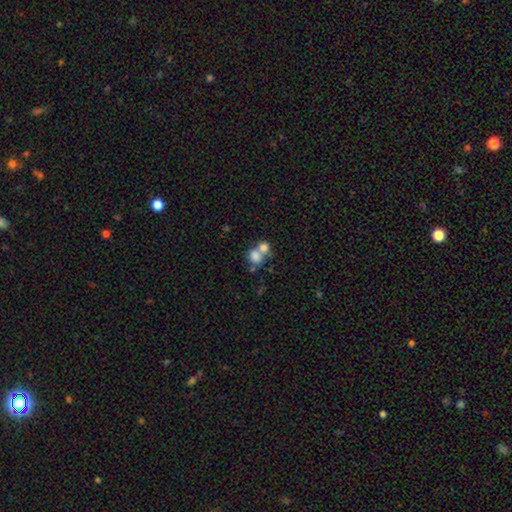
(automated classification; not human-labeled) smooth-or-featured: smooth: 76% | featured or disk: 14% | star or artifact: 11%
  how-rounded: round: 63% | in between: 36% | cigar-shaped: 1%
  merging: merger: 61% | none: 28% | minor disturbance: 7% | major disturbance: 5%